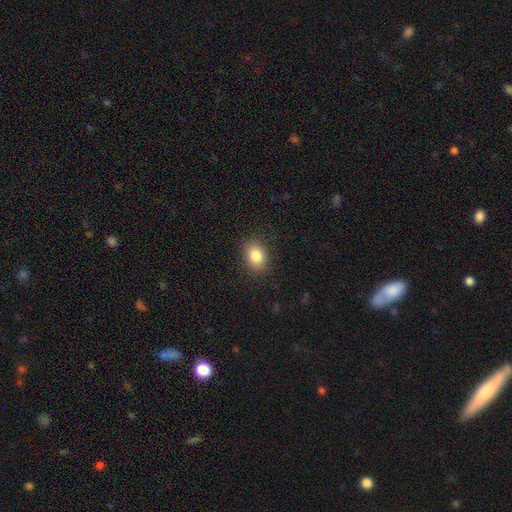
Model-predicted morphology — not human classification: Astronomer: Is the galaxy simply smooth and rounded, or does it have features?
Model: smooth — 83%.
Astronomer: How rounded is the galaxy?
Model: in between — 61% (runner-up: round, 38%).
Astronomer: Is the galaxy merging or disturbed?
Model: none — 86%.